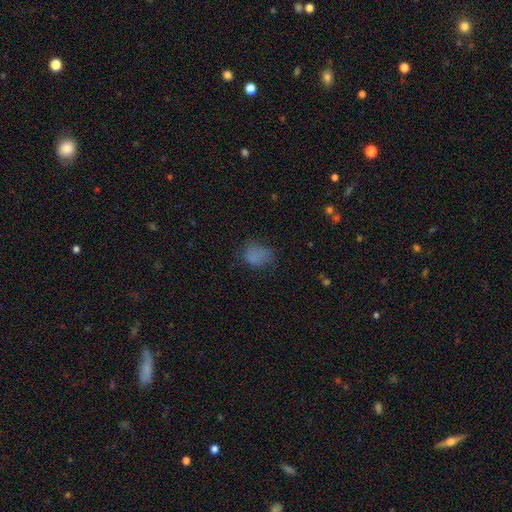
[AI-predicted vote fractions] This appears to be a smooth galaxy with no disk features (72%) that is in between round and cigar-shaped (60%). Merging: none (52%).